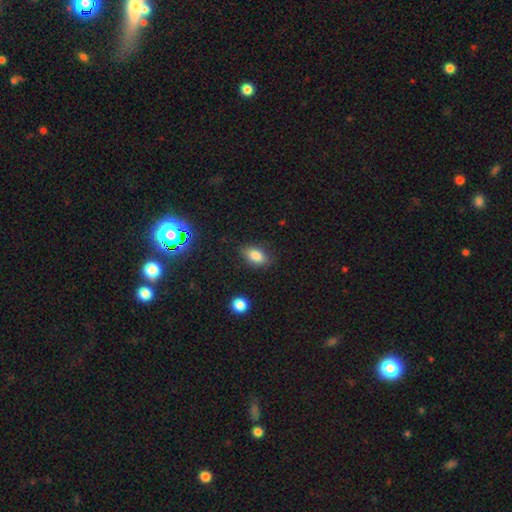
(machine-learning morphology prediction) This is clearly a smooth galaxy (82%). How rounded: clearly in between (88%). Merging: clearly none (82%).